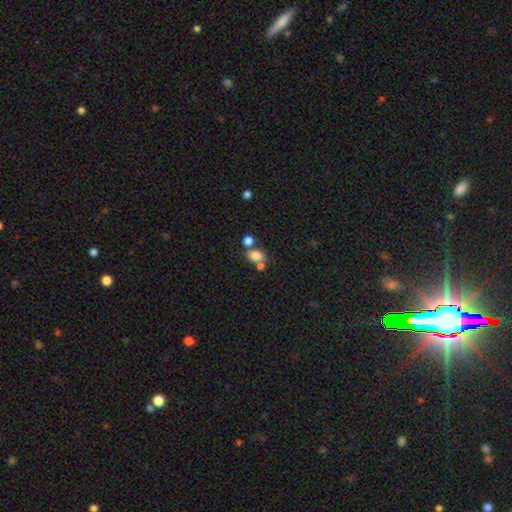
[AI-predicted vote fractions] A smooth galaxy with no disk features (80%) that is in between round and cigar-shaped (65%). Merging: none (50%).